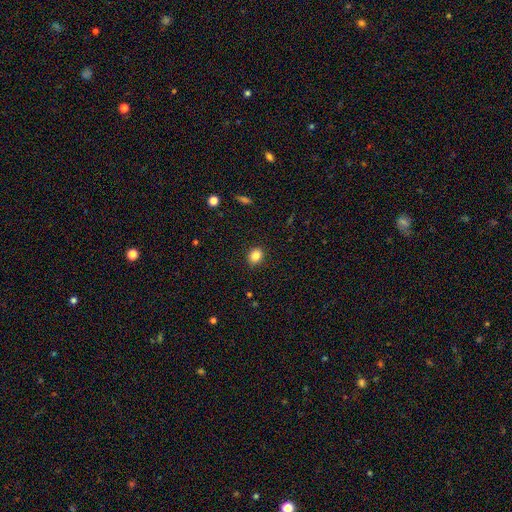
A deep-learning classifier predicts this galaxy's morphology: smooth-or-featured: smooth: 84% | star or artifact: 11% | featured or disk: 6%
  how-rounded: round: 58% | in between: 41% | cigar-shaped: 1%
  merging: none: 89% | minor disturbance: 8% | major disturbance: 2% | merger: 1%